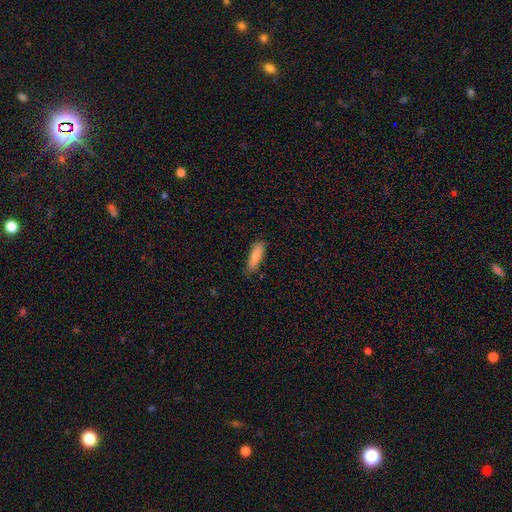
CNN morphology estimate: Smooth or featured? smooth (87%)
How rounded? cigar-shaped (57%)
Merging? none (77%)